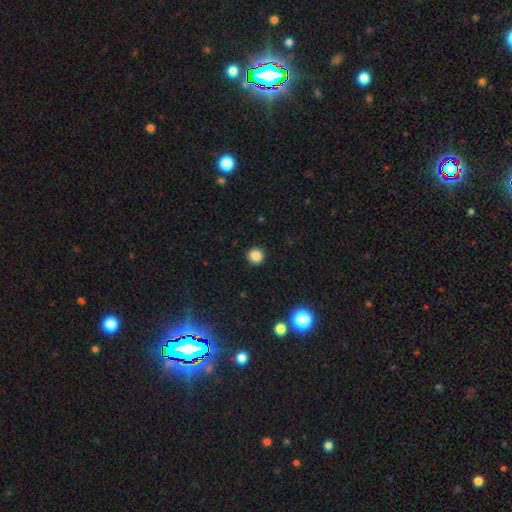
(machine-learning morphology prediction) A smooth galaxy with no disk features (86%) that is round (95%).

Vote fractions:
- Smooth or featured? smooth: 86% / star or artifact: 11% / featured or disk: 3%
- How rounded? round: 95% / in between: 5% / cigar-shaped: 1%
- Merging? none: 92% / minor disturbance: 5% / major disturbance: 2% / merger: 1%